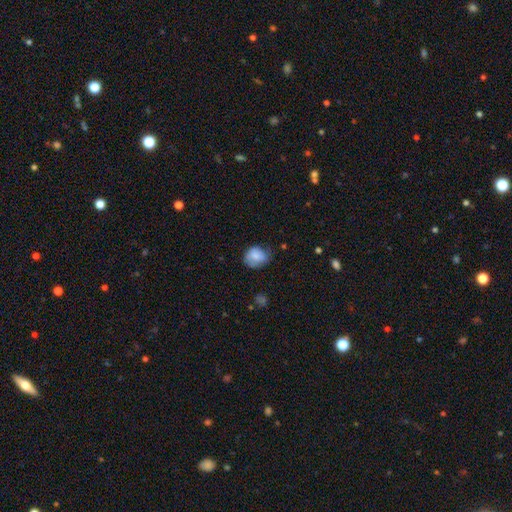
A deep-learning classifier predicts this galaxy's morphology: type=smooth (74%); roundness=round (60%); merging=none (57%).